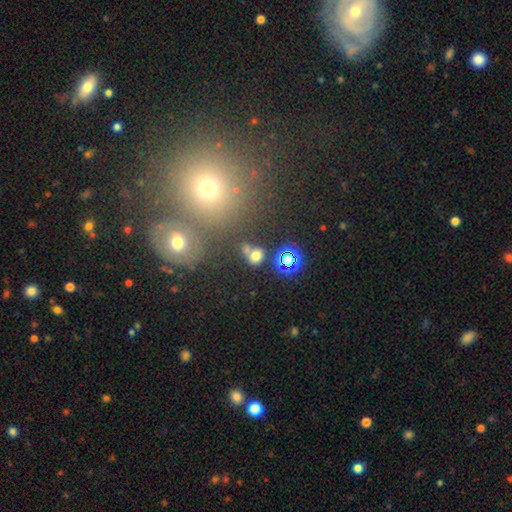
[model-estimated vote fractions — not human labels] Smooth or featured?
  - smooth: 65% *
  - star or artifact: 24%
  - featured or disk: 11%
How rounded?
  - round: 55% *
  - in between: 44%
  - cigar-shaped: 2%
Merging?
  - none: 47% *
  - merger: 34%
  - minor disturbance: 12%
  - major disturbance: 7%